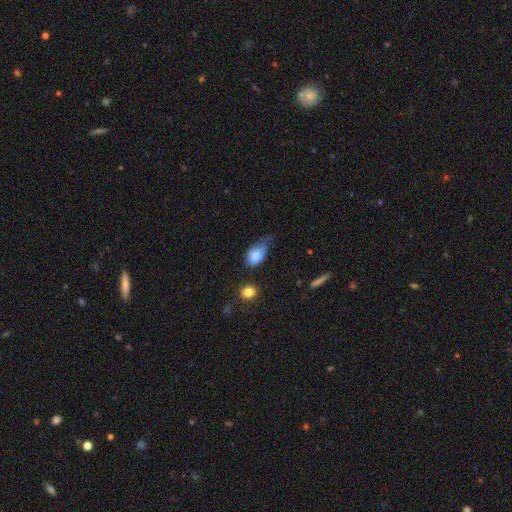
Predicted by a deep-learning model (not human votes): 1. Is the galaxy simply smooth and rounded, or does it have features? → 80% smooth, 12% featured or disk, 8% star or artifact.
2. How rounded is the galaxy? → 84% in between, 14% round, 3% cigar-shaped.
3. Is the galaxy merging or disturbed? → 45% minor disturbance, 26% major disturbance, 24% none, 5% merger.